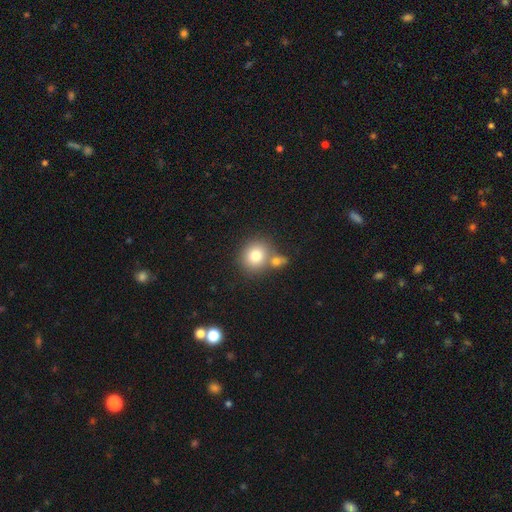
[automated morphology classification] Smooth or featured? smooth (79%)
How rounded? round (82%)
Merging? none (57%)